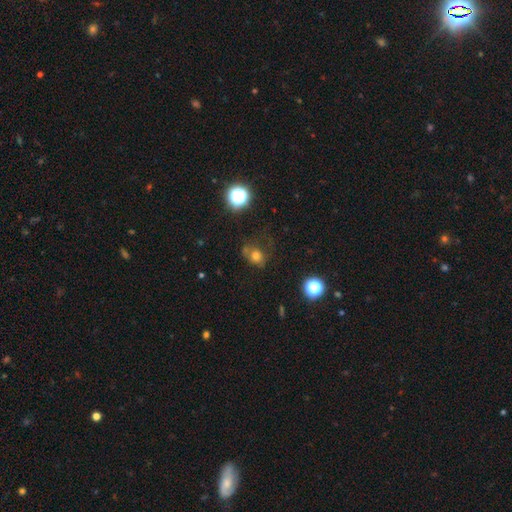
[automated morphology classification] type=smooth (65%); roundness=round (56%); merging=none (53%).